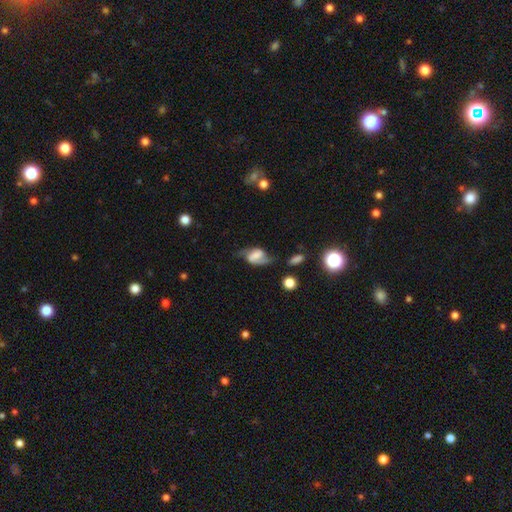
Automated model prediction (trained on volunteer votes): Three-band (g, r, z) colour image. It shows a featured or disk galaxy (67%) with a weak bar (40%), 2 (87%) loose (51%) spiral arms (89%) and no central bulge (39%). Merging: none (54%).